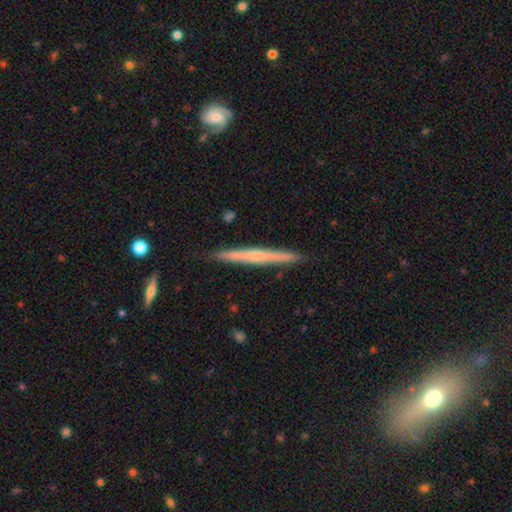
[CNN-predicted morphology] smooth-or-featured: featured or disk: 58% | smooth: 36% | star or artifact: 6%
  disk-edge-on: yes: 97% | no: 3%
    edge-on-bulge: none: 56% | rounded: 38% | boxy: 6%
  merging: none: 90% | minor disturbance: 7% | merger: 1% | major disturbance: 1%